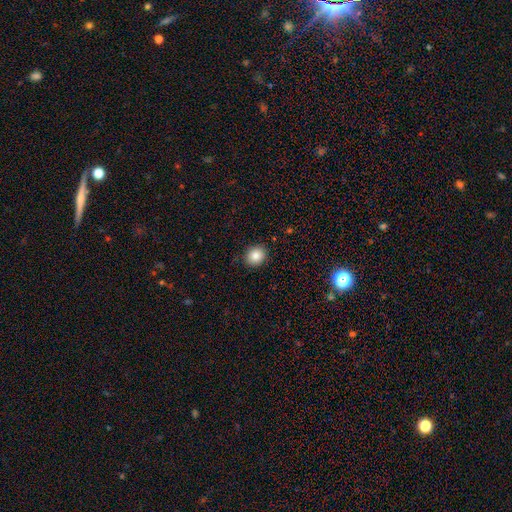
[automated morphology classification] A smooth galaxy with no disk features (84%) that is round (73%). Merging: none (88%).